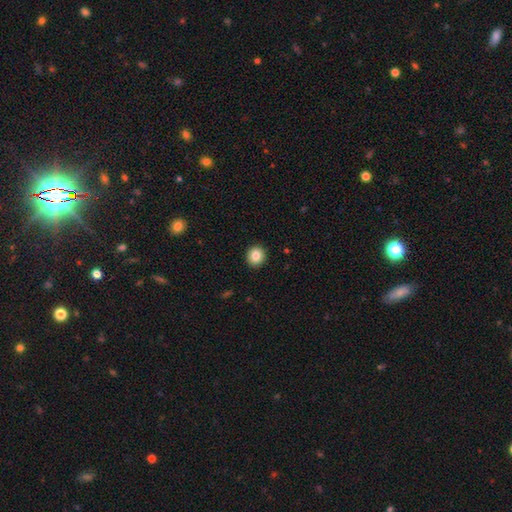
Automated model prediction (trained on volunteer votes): Smooth or featured? Predicted: smooth (p=0.84). How rounded? Predicted: round (p=0.90). Merging? Predicted: none (p=0.93).